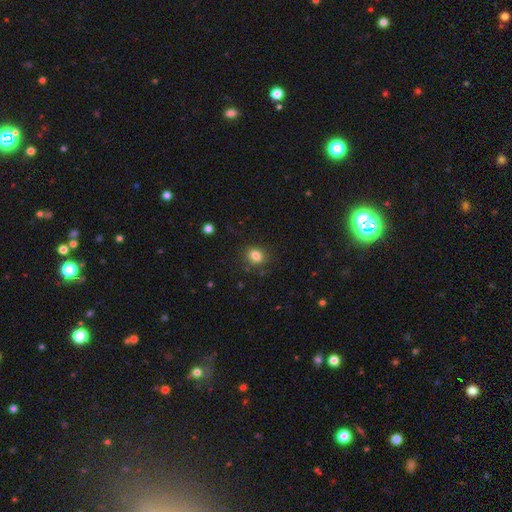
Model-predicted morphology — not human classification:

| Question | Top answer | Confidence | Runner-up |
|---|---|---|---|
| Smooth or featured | smooth | 83% | star or artifact (11%) |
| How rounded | round | 59% | in between (40%) |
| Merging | none | 84% | minor disturbance (11%) |